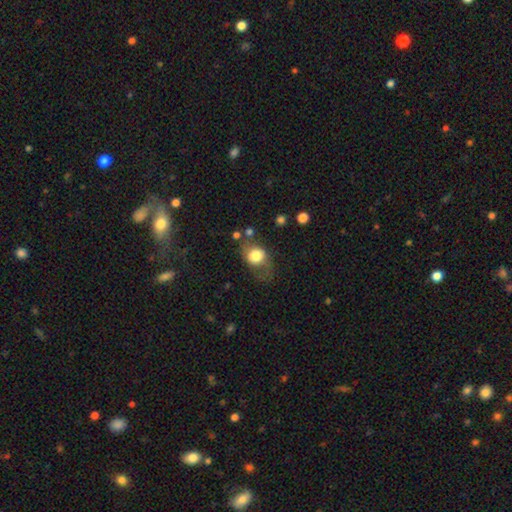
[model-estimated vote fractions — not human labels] A smooth galaxy with no disk features (74%) that is in between round and cigar-shaped (51%).

Vote fractions:
- Smooth or featured? smooth: 74% / featured or disk: 18% / star or artifact: 8%
- How rounded? in between: 51% / round: 48% / cigar-shaped: 1%
- Merging? none: 52% / minor disturbance: 25% / major disturbance: 18% / merger: 5%